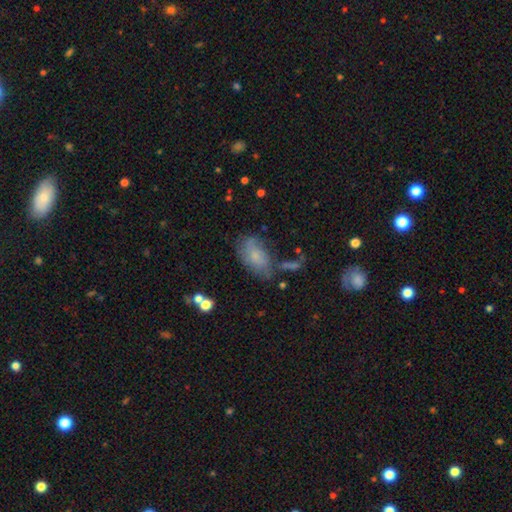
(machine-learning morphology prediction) Smooth or featured?
  - smooth: 61% *
  - featured or disk: 29%
  - star or artifact: 10%
How rounded?
  - in between: 90% *
  - round: 6%
  - cigar-shaped: 3%
Merging?
  - none: 47% *
  - minor disturbance: 27%
  - major disturbance: 16%
  - merger: 10%